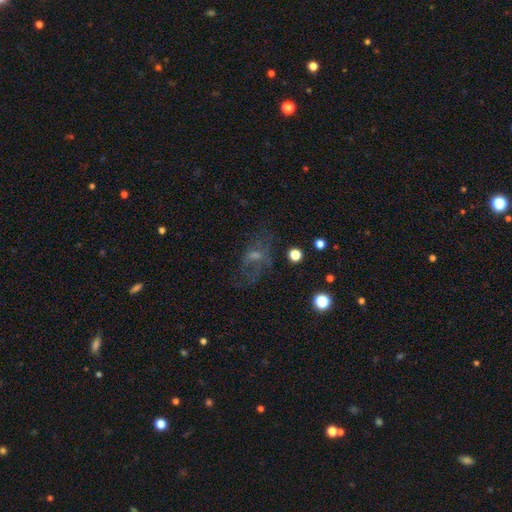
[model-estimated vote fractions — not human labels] Smooth or featured? featured or disk (44%)
Merging? none (43%)